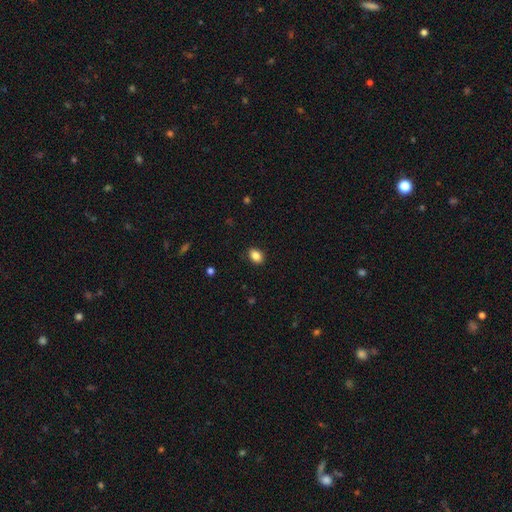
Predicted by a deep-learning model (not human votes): Smooth or featured?
  - smooth: 87% *
  - star or artifact: 9%
  - featured or disk: 5%
How rounded?
  - in between: 76% *
  - round: 23%
  - cigar-shaped: 1%
Merging?
  - none: 89% *
  - minor disturbance: 8%
  - major disturbance: 2%
  - merger: 1%